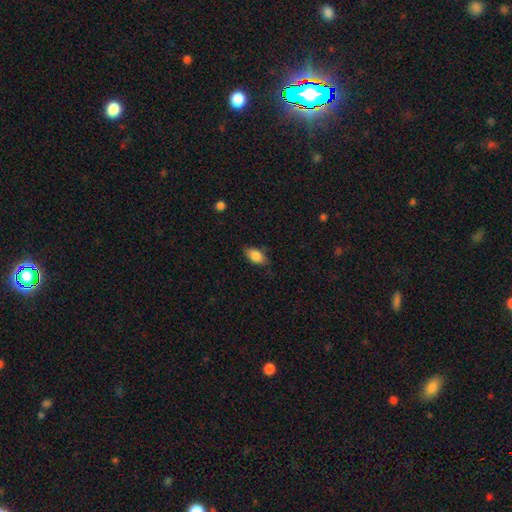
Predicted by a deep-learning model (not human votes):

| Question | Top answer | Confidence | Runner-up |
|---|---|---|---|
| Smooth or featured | smooth | 84% | featured or disk (9%) |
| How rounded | in between | 90% | cigar-shaped (6%) |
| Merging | none | 73% | minor disturbance (21%) |